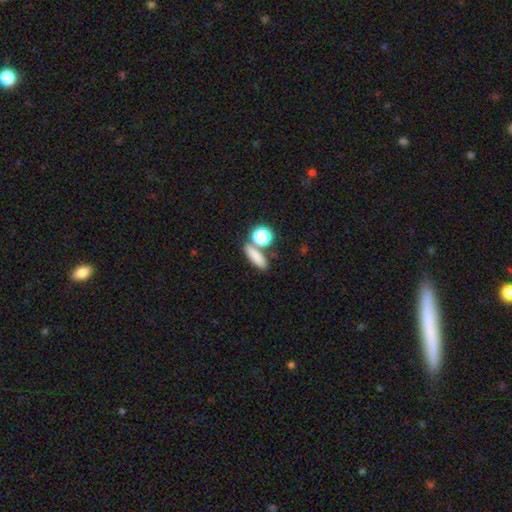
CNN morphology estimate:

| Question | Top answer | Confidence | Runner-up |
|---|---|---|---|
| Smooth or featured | smooth | 79% | star or artifact (13%) |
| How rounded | in between | 45% | cigar-shaped (33%) |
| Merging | none | 68% | merger (18%) |